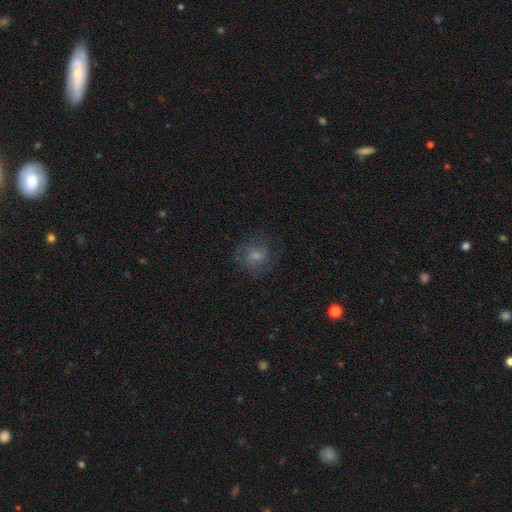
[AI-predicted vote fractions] A smooth galaxy with no disk features (59%) that is round (82%). Merging: none (71%).